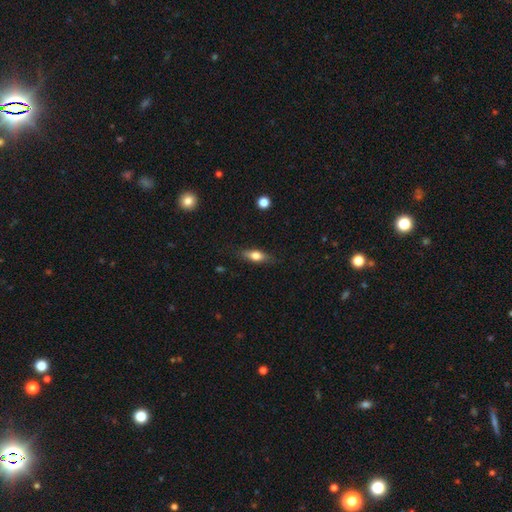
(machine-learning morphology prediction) smooth 69%, featured or disk 24%, star or artifact 7%. Down the decision tree: how rounded — in between (66%); merging — none (80%).